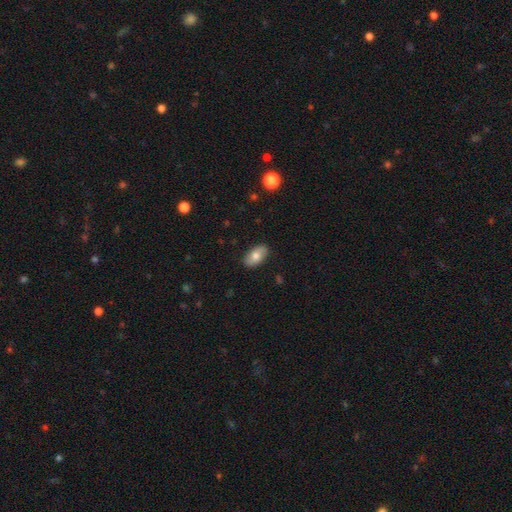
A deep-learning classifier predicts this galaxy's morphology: This appears to be a smooth galaxy with no disk features (71%) that is in between round and cigar-shaped (93%). Merging: none (86%).